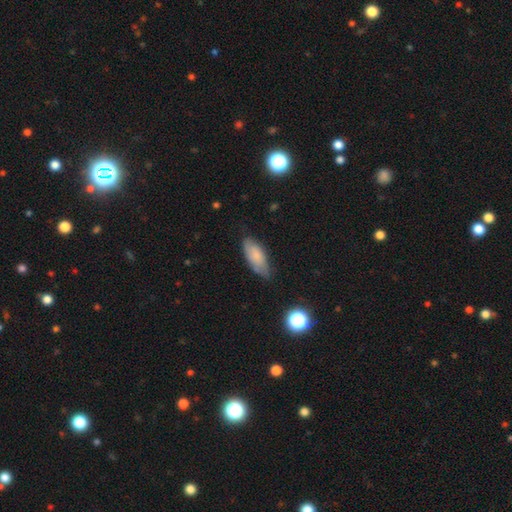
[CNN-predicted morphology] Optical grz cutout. It shows a smooth galaxy with no disk features (72%) that is in between round and cigar-shaped (83%). Merging: none (66%).